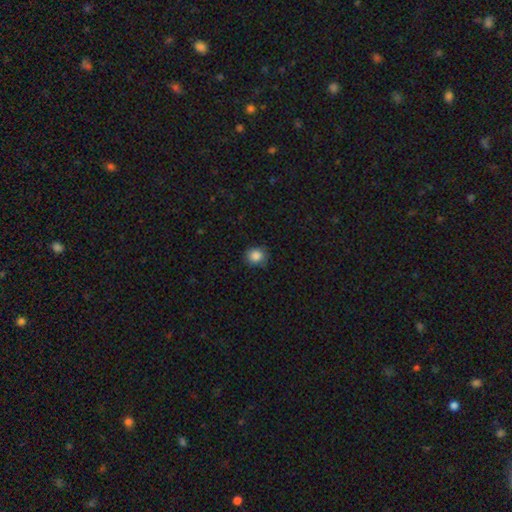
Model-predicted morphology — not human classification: A smooth galaxy with no disk features (86%) that is round (86%). Merging: none (84%).